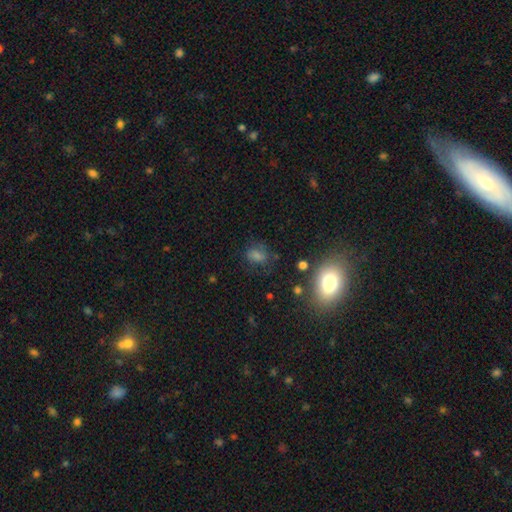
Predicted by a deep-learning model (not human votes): smooth 62%, star or artifact 23%, featured or disk 15%. Down the decision tree: how rounded — in between (63%); merging — none (67%).